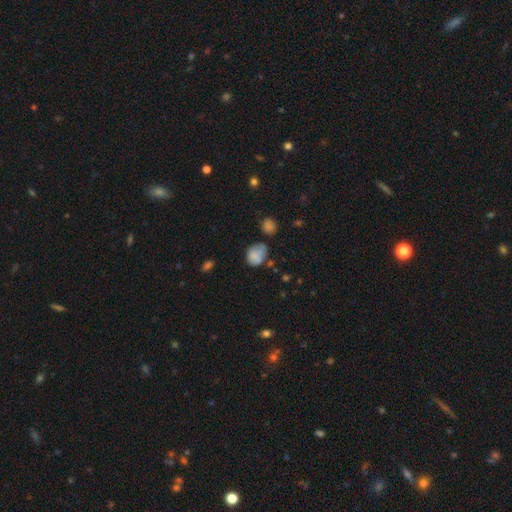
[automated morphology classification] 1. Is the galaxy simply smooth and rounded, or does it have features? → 76% smooth, 13% featured or disk, 10% star or artifact.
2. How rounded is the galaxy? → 53% in between, 46% round, 1% cigar-shaped.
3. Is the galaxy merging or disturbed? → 41% none, 34% minor disturbance, 15% major disturbance, 10% merger.